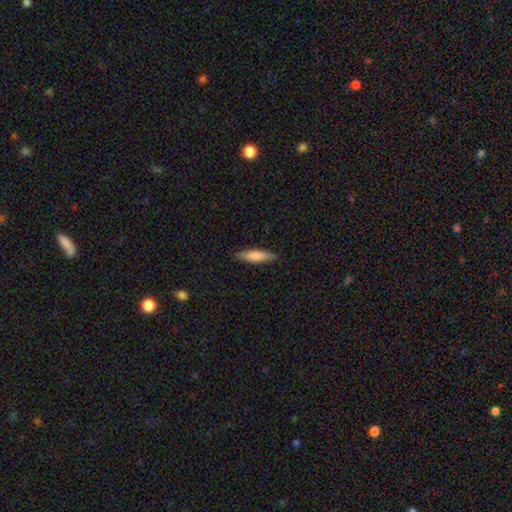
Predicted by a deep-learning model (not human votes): Smooth or featured? smooth (79%)
How rounded? cigar-shaped (74%)
Merging? none (88%)